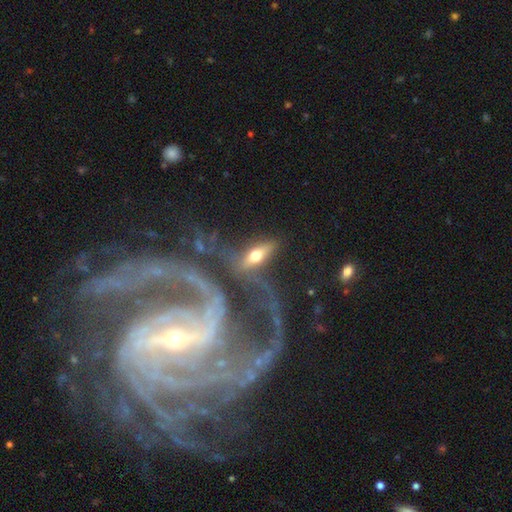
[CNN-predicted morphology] smooth_or_featured: featured or disk (p=0.52) [alt: smooth p=0.36]
disk_edge_on: yes (p=0.60) [alt: no p=0.40]
merging: none (p=0.48) [alt: minor disturbance p=0.18]